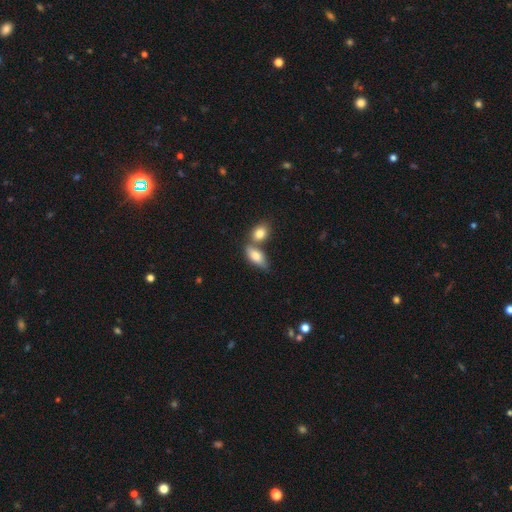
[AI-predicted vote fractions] Smooth or featured: smooth — 77% (featured or disk — 16%)
How rounded: in between — 84% (cigar-shaped — 10%)
Merging: merger — 46% (none — 39%)